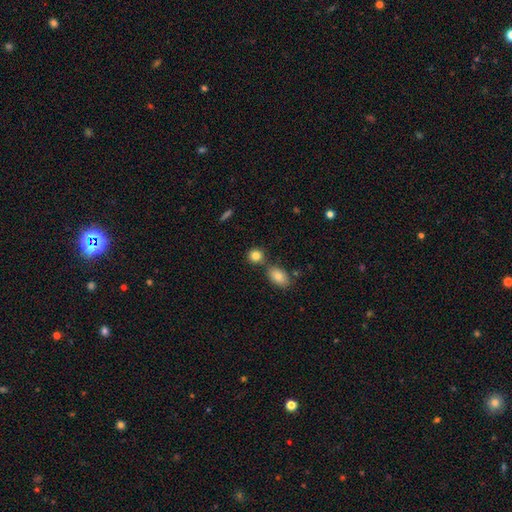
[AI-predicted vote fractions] This is clearly a smooth galaxy (82%). How rounded: likely round (80%). Merging: likely none (67%).